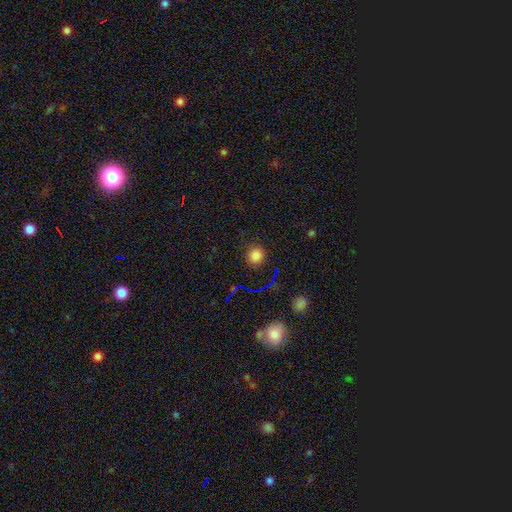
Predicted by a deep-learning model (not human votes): A smooth galaxy with no disk features (74%) that is round (89%).

Vote fractions:
- Smooth or featured? smooth: 74% / star or artifact: 20% / featured or disk: 6%
- How rounded? round: 89% / in between: 10% / cigar-shaped: 1%
- Merging? none: 86% / minor disturbance: 9% / major disturbance: 3% / merger: 1%